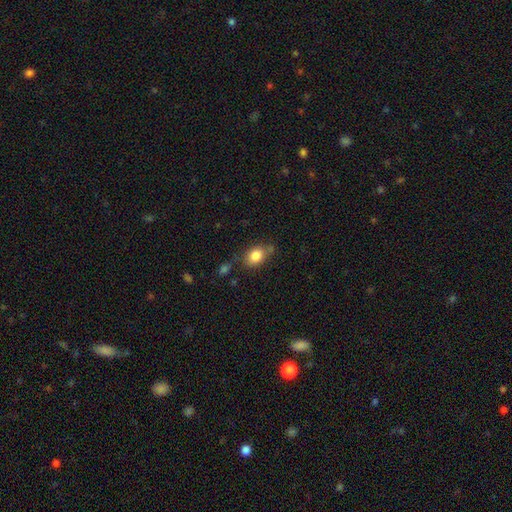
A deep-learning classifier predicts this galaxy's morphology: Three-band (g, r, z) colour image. It shows a smooth galaxy with no disk features (83%) that is in between round and cigar-shaped (68%). Merging: none (67%).